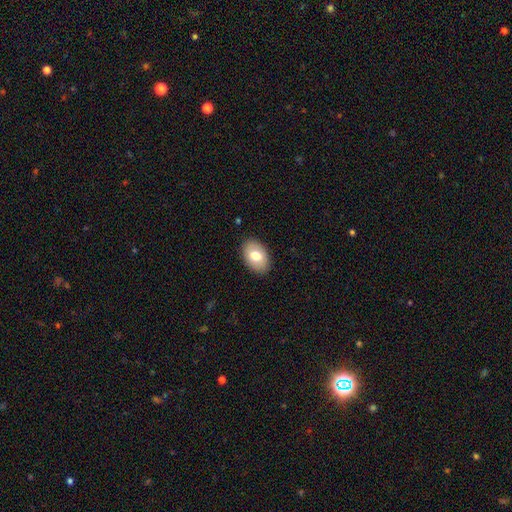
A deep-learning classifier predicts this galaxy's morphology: Smooth or featured? Predicted: smooth (p=0.75). How rounded? Predicted: in between (p=0.86). Merging? Predicted: none (p=0.88).